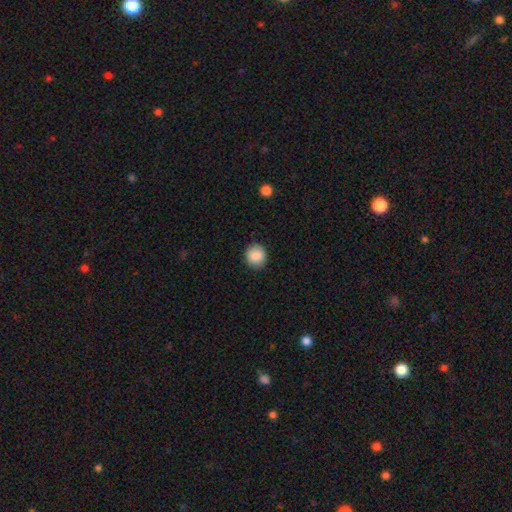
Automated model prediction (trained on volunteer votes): Q: Smooth or featured?
A: smooth (88%); runner-up: star or artifact (8%)
Q: How rounded?
A: round (90%); runner-up: in between (9%)
Q: Merging?
A: none (90%); runner-up: minor disturbance (7%)